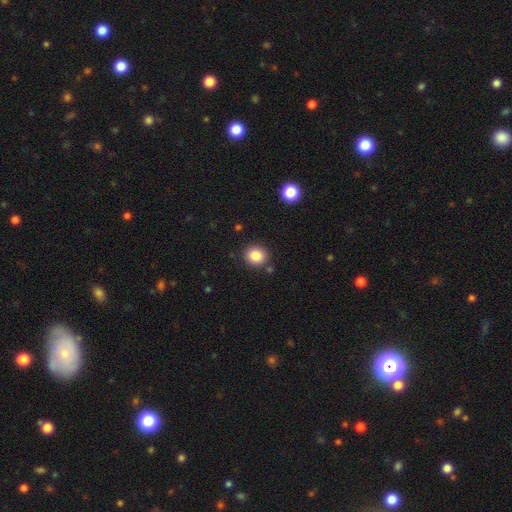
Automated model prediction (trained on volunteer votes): Overall: smooth (85%). How rounded: round (82%). Merging: none (86%).